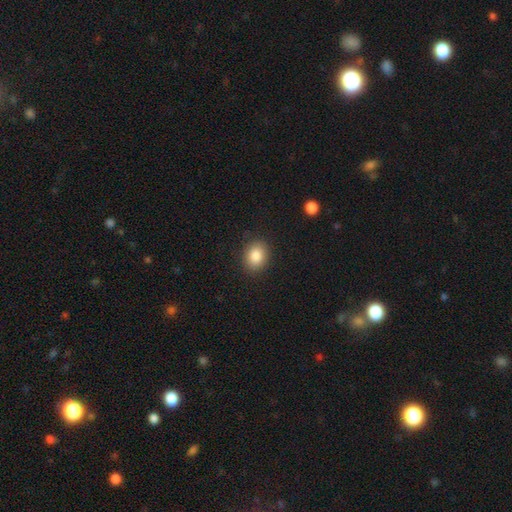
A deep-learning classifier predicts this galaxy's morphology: This is clearly a smooth galaxy (85%). How rounded: possibly in between (52%). Merging: clearly none (88%).